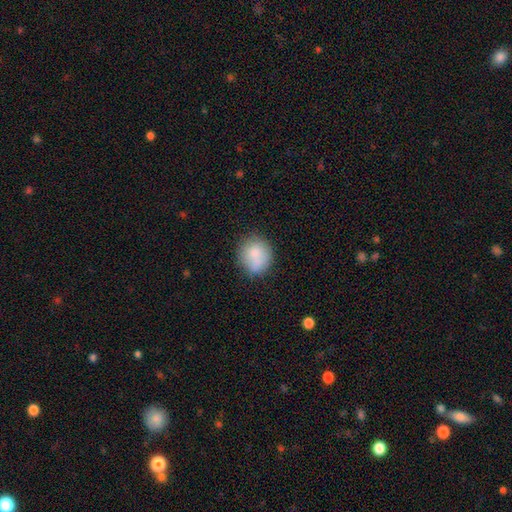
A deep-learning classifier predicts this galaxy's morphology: Overall: smooth (79%). How rounded: round (82%). Merging: none (63%).